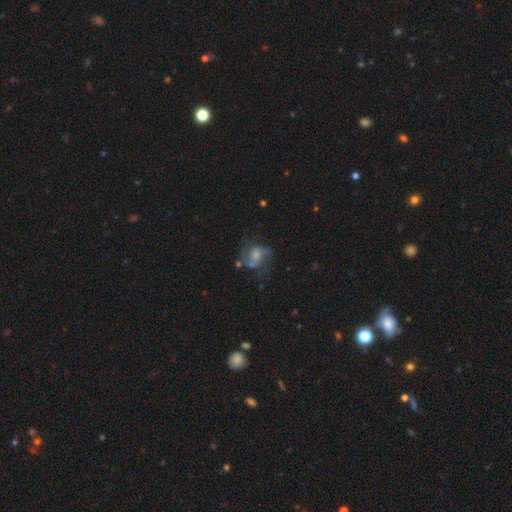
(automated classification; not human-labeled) Q: Smooth or featured?
A: featured or disk (56%); runner-up: smooth (33%)
Q: Edge-on disk?
A: no (97%); runner-up: yes (3%)
Q: Bar?
A: no (65%); runner-up: weak (29%)
Q: Spiral arms?
A: yes (74%); runner-up: no (26%)
Q: Bulge size?
A: moderate (43%); runner-up: small (38%)
Q: Merging?
A: none (45%); runner-up: major disturbance (24%)